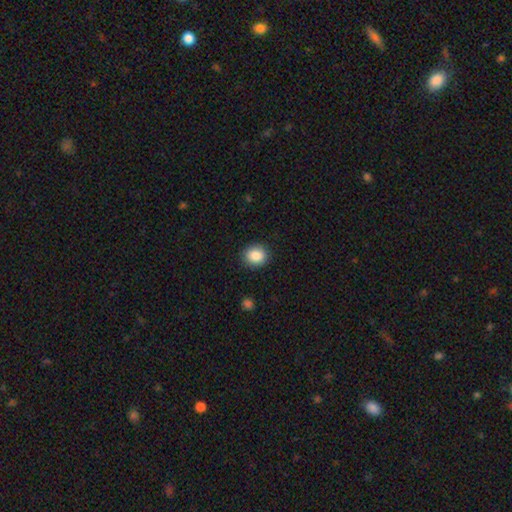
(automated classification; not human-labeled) Smooth or featured? Predicted: smooth (p=0.87). How rounded? Predicted: round (p=0.72). Merging? Predicted: none (p=0.89).